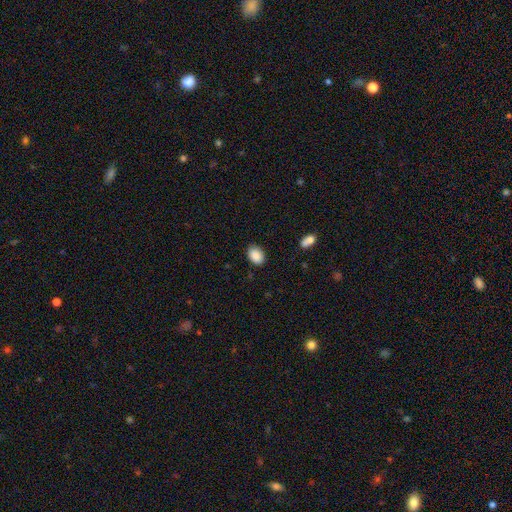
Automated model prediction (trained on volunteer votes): Smooth or featured?
  - smooth: 89% *
  - star or artifact: 7%
  - featured or disk: 4%
How rounded?
  - in between: 81% *
  - round: 18%
  - cigar-shaped: 1%
Merging?
  - none: 83% *
  - minor disturbance: 13%
  - major disturbance: 3%
  - merger: 1%